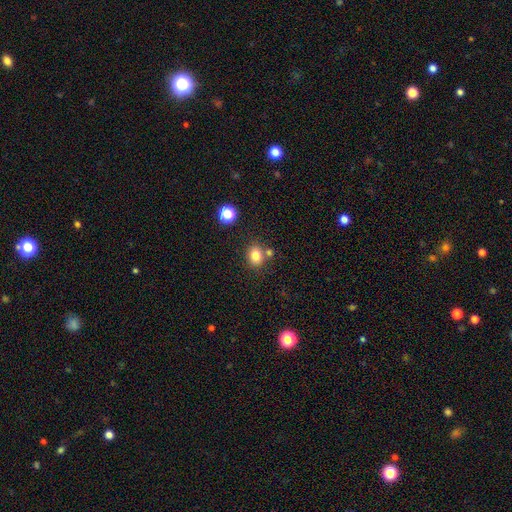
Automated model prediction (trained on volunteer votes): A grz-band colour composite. It shows a smooth galaxy with no disk features (81%) that is round (53%). Merging: none (70%).